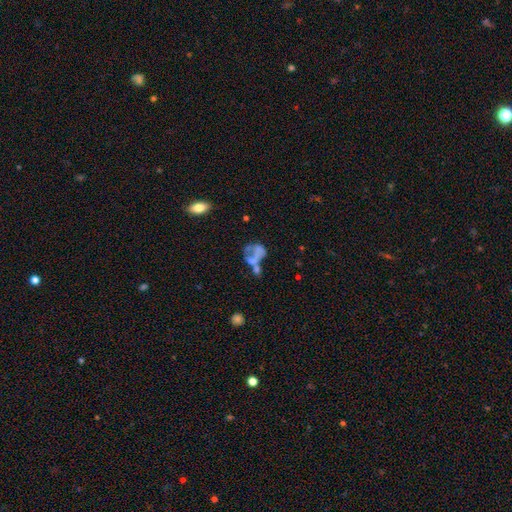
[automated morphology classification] smooth-or-featured: featured or disk: 47% | smooth: 39% | star or artifact: 14%
  merging: merger: 34% | major disturbance: 31% | none: 21% | minor disturbance: 13%